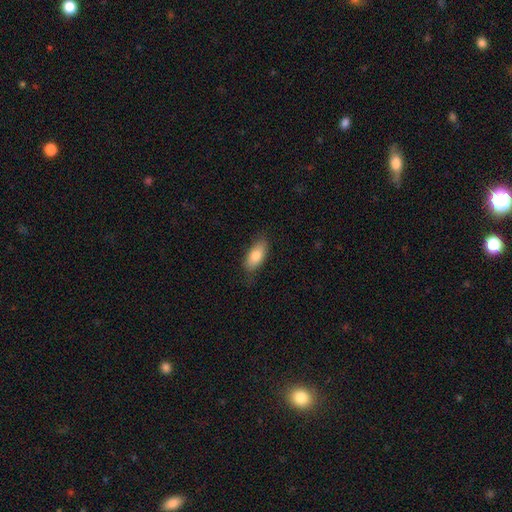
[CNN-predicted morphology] smooth-or-featured: smooth: 80% | featured or disk: 14% | star or artifact: 6%
  how-rounded: in between: 88% | cigar-shaped: 9% | round: 3%
  merging: none: 78% | minor disturbance: 18% | major disturbance: 4% | merger: 1%